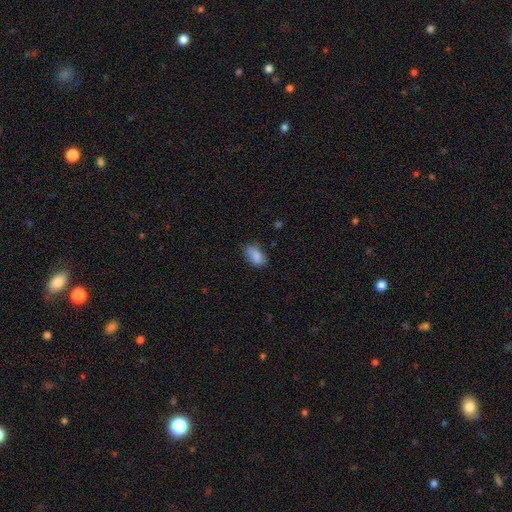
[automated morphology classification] Smooth or featured? Predicted: smooth (p=0.84). How rounded? Predicted: in between (p=0.88). Merging? Predicted: none (p=0.66).